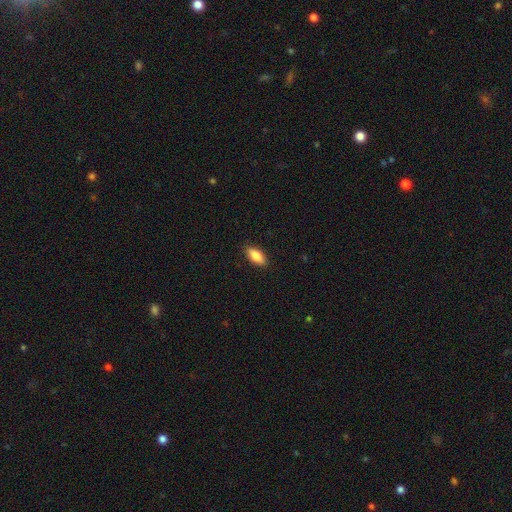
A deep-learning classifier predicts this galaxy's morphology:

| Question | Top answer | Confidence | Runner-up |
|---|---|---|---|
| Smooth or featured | smooth | 81% | featured or disk (12%) |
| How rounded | in between | 85% | cigar-shaped (12%) |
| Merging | none | 88% | minor disturbance (9%) |